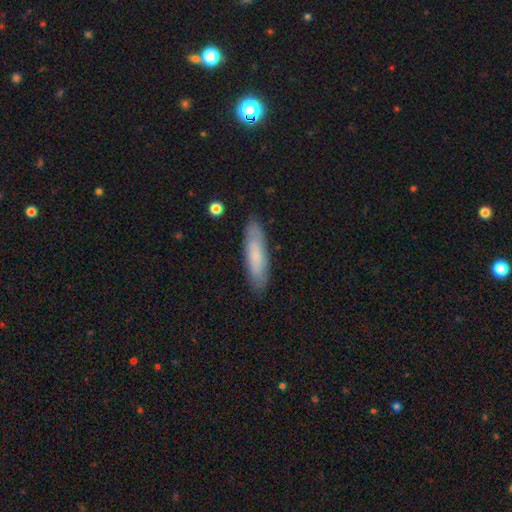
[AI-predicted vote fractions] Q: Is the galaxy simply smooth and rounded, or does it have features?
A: smooth — 75%.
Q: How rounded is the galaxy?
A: cigar-shaped — 70%.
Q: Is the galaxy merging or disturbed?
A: none — 87%.